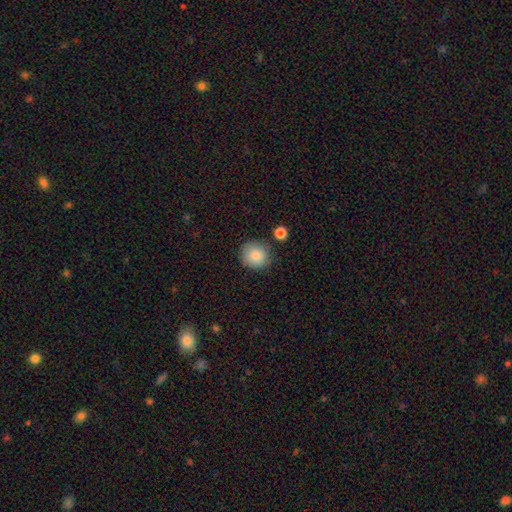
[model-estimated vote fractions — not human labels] This is clearly a smooth galaxy (86%). How rounded: clearly round (90%). Merging: clearly none (80%).